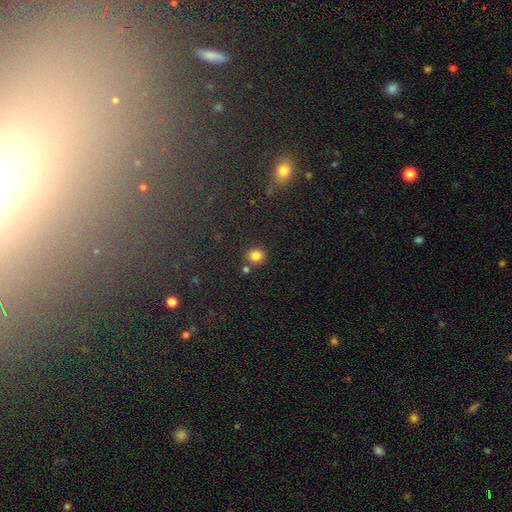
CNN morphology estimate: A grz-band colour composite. It shows a smooth galaxy with no disk features (82%) that is round (87%). Merging: none (79%).